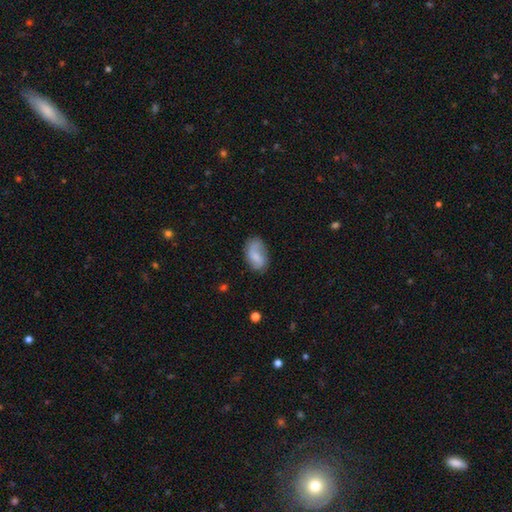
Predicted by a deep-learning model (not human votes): Q: Smooth or featured?
A: smooth (50%); runner-up: featured or disk (43%)
Q: Merging?
A: none (66%); runner-up: minor disturbance (23%)